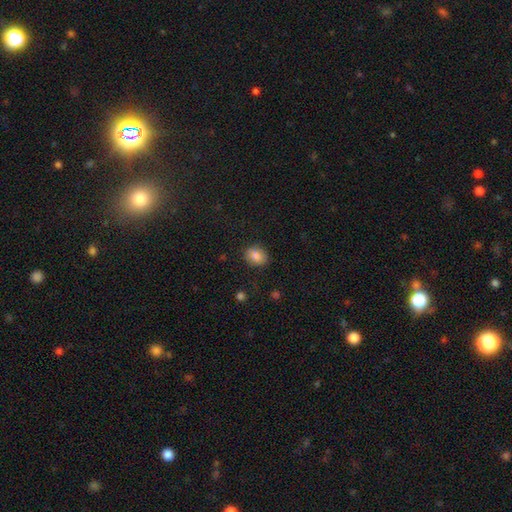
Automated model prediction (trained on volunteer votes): Smooth or featured? smooth (83%)
How rounded? round (53%)
Merging? none (84%)